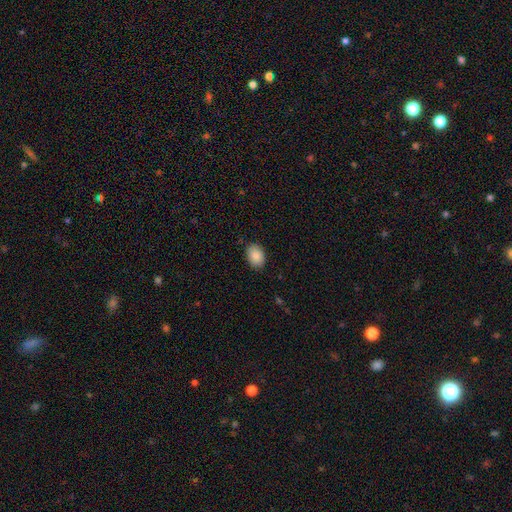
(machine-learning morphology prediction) Smooth or featured?
  - smooth: 89% *
  - star or artifact: 7%
  - featured or disk: 4%
How rounded?
  - in between: 81% *
  - round: 18%
  - cigar-shaped: 1%
Merging?
  - none: 87% *
  - minor disturbance: 10%
  - major disturbance: 2%
  - merger: 1%